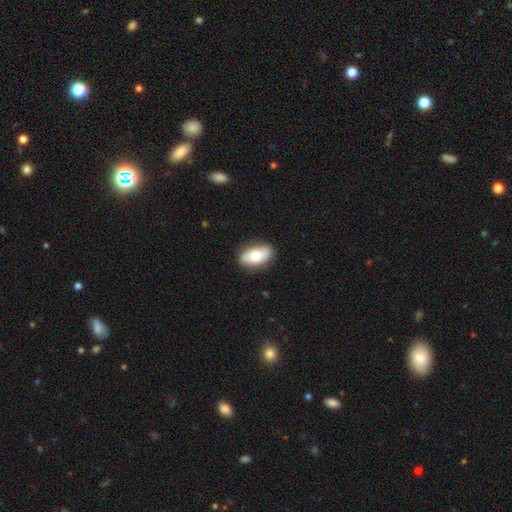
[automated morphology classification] A smooth galaxy with no disk features (68%) that is in between round and cigar-shaped (92%).

Vote fractions:
- Smooth or featured? smooth: 68% / featured or disk: 25% / star or artifact: 6%
- How rounded? in between: 92% / round: 5% / cigar-shaped: 3%
- Merging? none: 86% / minor disturbance: 11% / major disturbance: 2% / merger: 1%